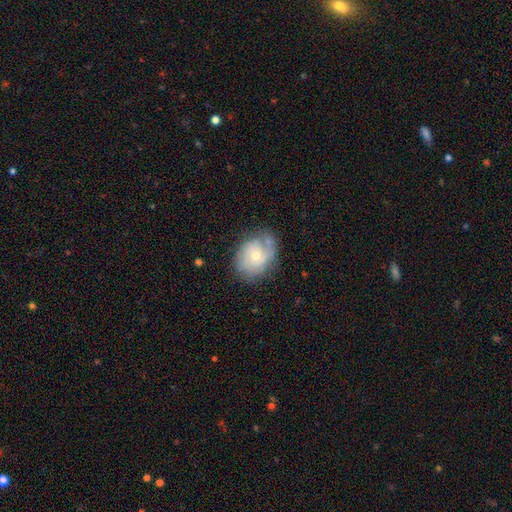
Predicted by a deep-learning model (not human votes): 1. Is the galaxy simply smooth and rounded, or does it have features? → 66% featured or disk, 27% smooth, 7% star or artifact.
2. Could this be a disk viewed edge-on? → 97% no, 3% yes.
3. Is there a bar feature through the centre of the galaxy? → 77% no, 20% weak, 3% strong.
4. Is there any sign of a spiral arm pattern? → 84% yes, 16% no.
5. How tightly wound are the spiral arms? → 54% tight, 33% medium, 13% loose.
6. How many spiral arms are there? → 34% can't tell, 33% 2, 15% 1, 11% 3, 3% 4, 3% more than 4.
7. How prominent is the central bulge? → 49% small, 47% moderate, 2% large, 1% none, 1% dominant.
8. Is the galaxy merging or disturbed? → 64% none, 23% minor disturbance, 9% major disturbance, 3% merger.